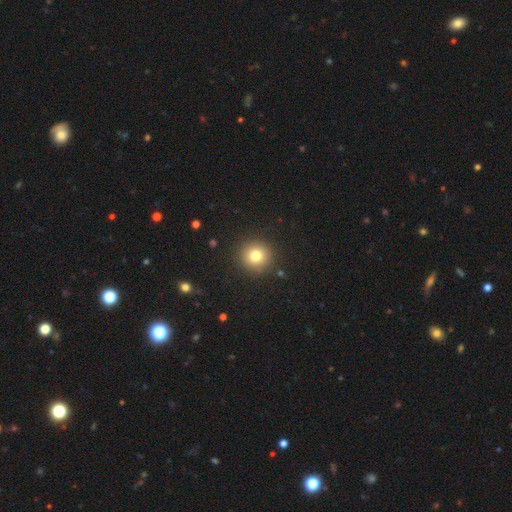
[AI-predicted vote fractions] Q: Smooth or featured?
A: smooth (78%); runner-up: star or artifact (13%)
Q: How rounded?
A: round (94%); runner-up: in between (5%)
Q: Merging?
A: none (91%); runner-up: minor disturbance (6%)